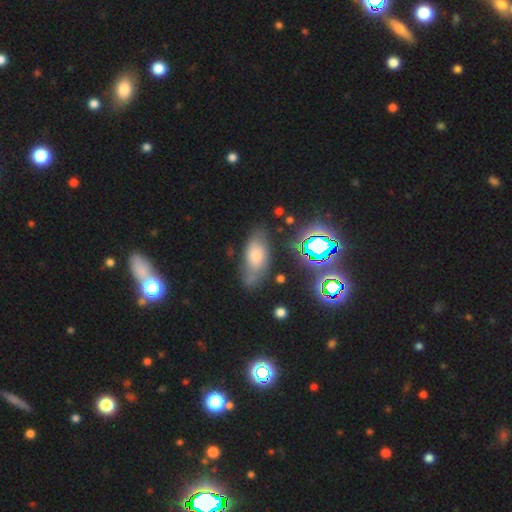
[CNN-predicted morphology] Overall: smooth (54%; featured or disk 27%). How rounded: in between (82%). Merging: none (66%).